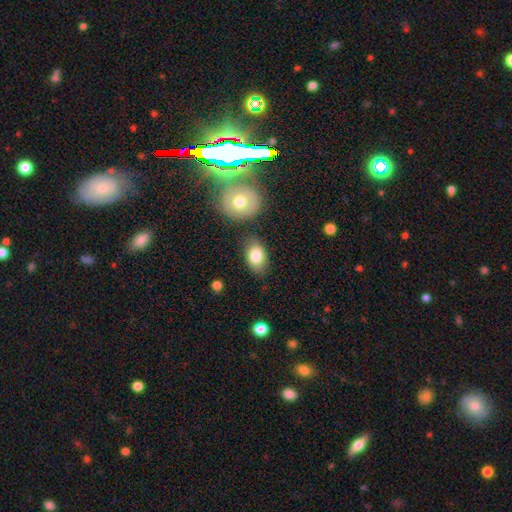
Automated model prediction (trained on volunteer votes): Smooth or featured? smooth (82%)
How rounded? in between (85%)
Merging? none (75%)